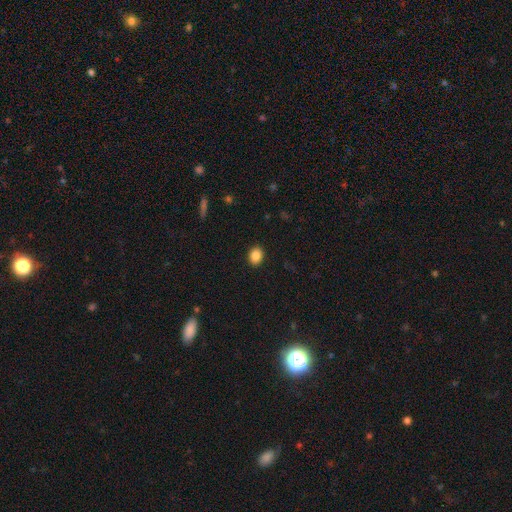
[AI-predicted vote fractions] Overall: smooth (87%). How rounded: in between (53%; round 46%). Merging: none (91%).